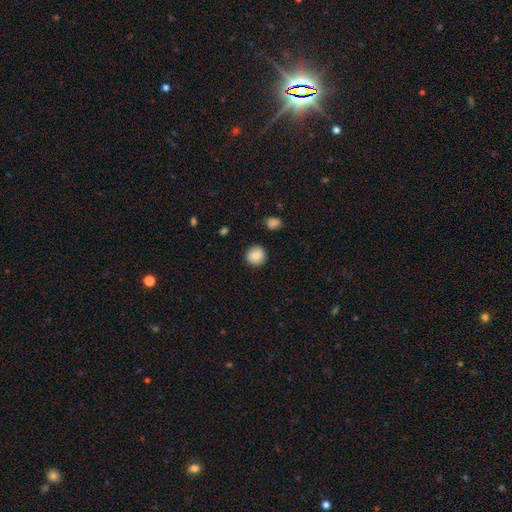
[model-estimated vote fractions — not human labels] smooth_or_featured: smooth (p=0.88) [alt: star or artifact p=0.08]
how_rounded: round (p=0.92) [alt: in between p=0.07]
merging: none (p=0.90) [alt: minor disturbance p=0.07]